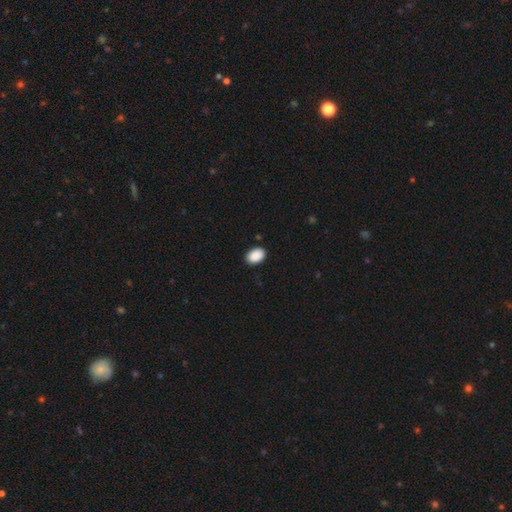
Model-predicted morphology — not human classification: Smooth or featured?
  - smooth: 91% *
  - star or artifact: 7%
  - featured or disk: 3%
How rounded?
  - in between: 85% *
  - round: 14%
  - cigar-shaped: 1%
Merging?
  - none: 89% *
  - minor disturbance: 8%
  - major disturbance: 2%
  - merger: 1%